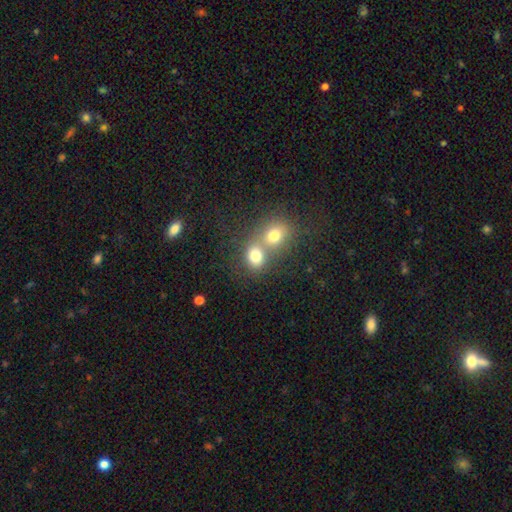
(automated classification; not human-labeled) Overall: smooth (76%). How rounded: round (63%; in between 36%). Merging: merger (58%; none 32%).